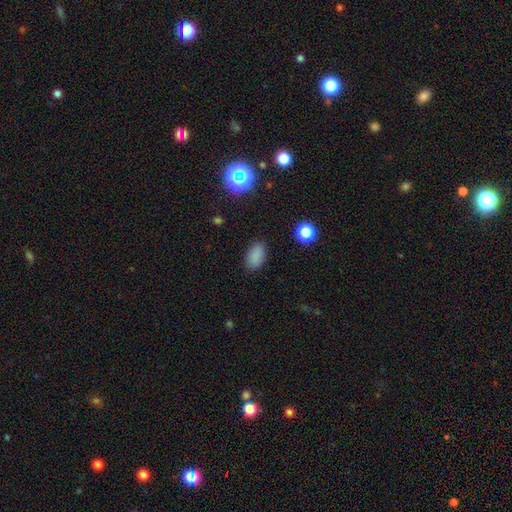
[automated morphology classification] Smooth or featured? smooth (84%)
How rounded? in between (91%)
Merging? none (85%)